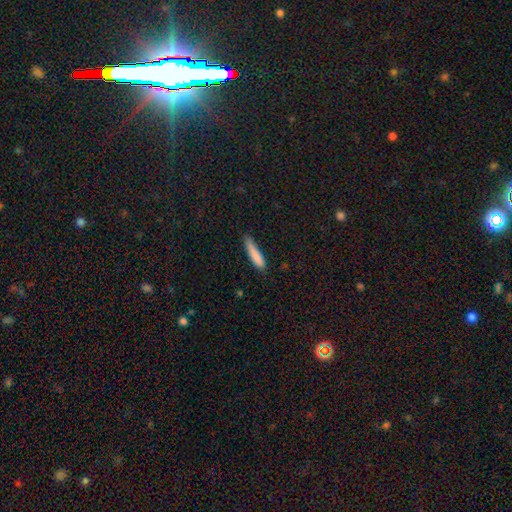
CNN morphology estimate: This appears to be a smooth galaxy with no disk features (83%) that is cigar-shaped (86%). Merging: none (63%).